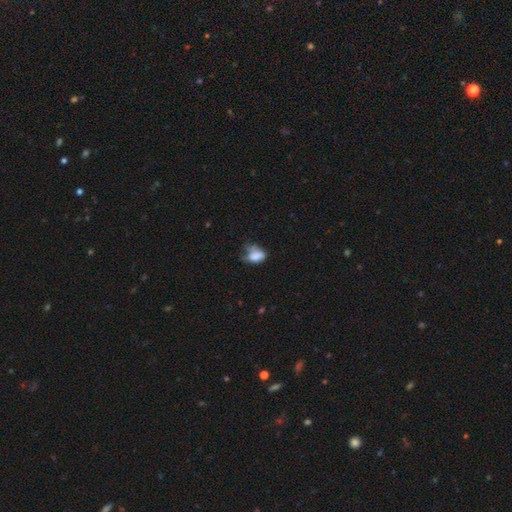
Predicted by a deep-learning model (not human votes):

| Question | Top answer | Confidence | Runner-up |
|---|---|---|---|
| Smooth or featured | smooth | 69% | featured or disk (20%) |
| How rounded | in between | 78% | round (20%) |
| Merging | minor disturbance | 33% | major disturbance (30%) |